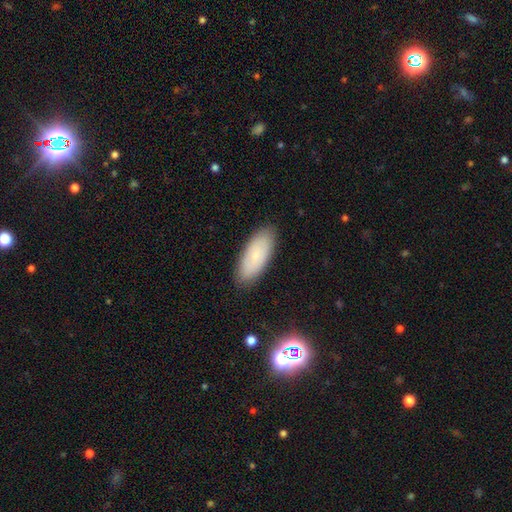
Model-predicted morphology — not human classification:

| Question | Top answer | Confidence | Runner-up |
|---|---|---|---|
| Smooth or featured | smooth | 70% | featured or disk (22%) |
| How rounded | in between | 83% | cigar-shaped (14%) |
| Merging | none | 87% | minor disturbance (10%) |